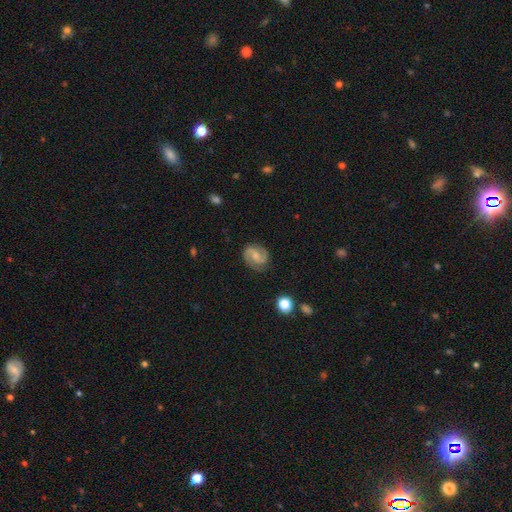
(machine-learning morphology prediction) This appears to be a featured or disk galaxy (83%) with a weak bar (49%), 2 (93%) medium (55%) spiral arms (97%) and a small central bulge (42%). Merging: none (84%).